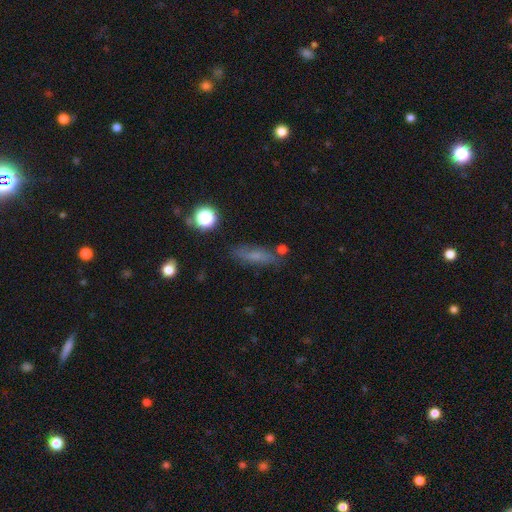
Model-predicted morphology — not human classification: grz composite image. It shows a smooth galaxy with no disk features (60%) that is cigar-shaped (56%). Merging: none (74%).